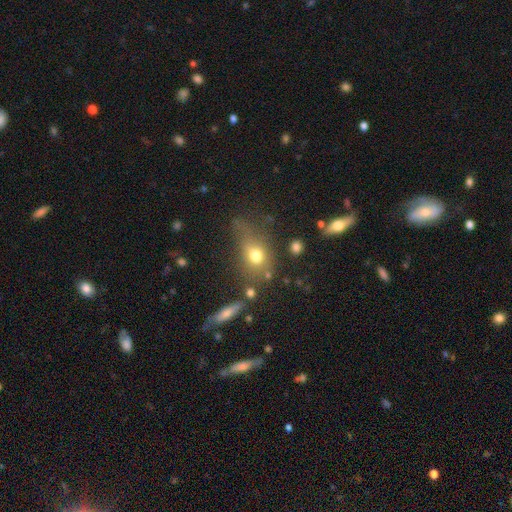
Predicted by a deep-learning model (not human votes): smooth-or-featured: smooth: 68% | featured or disk: 18% | star or artifact: 15%
  how-rounded: in between: 61% | round: 33% | cigar-shaped: 6%
  merging: none: 43% | minor disturbance: 23% | major disturbance: 22% | merger: 11%